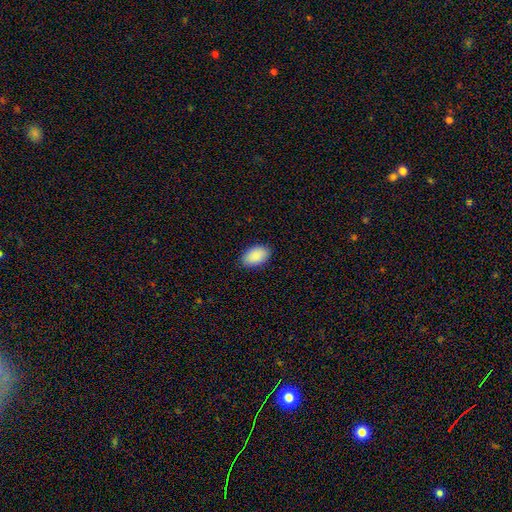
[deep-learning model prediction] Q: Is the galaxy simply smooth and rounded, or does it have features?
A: smooth — 91%.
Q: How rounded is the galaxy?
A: in between — 93%.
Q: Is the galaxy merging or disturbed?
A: none — 87%.